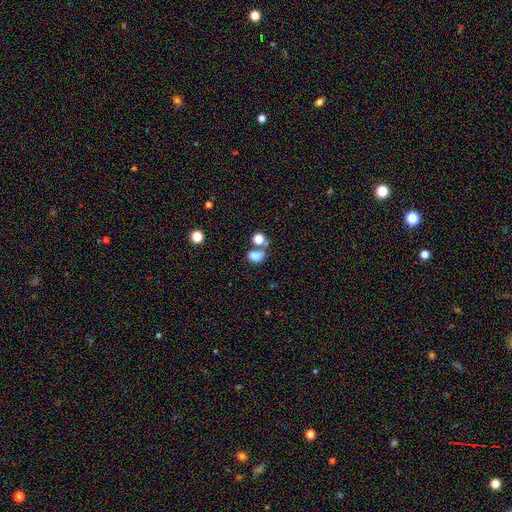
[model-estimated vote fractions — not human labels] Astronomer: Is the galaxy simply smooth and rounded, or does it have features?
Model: smooth — 76%.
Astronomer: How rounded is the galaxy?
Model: in between — 67%.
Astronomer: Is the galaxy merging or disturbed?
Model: merger — 41% (runner-up: none, 36%).